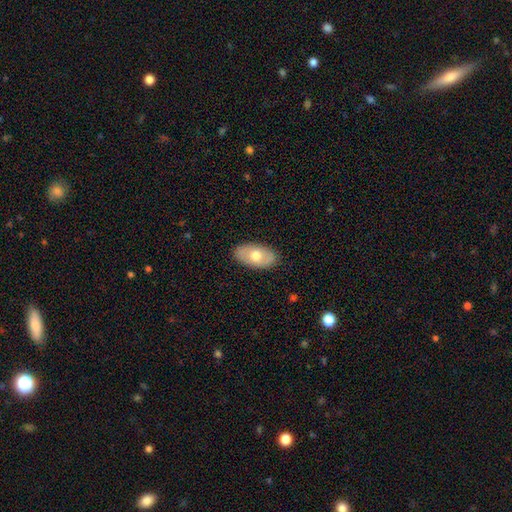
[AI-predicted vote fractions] smooth-or-featured: smooth: 62% | featured or disk: 32% | star or artifact: 6%
  how-rounded: in between: 93% | round: 5% | cigar-shaped: 2%
  merging: none: 86% | minor disturbance: 11% | major disturbance: 2% | merger: 1%